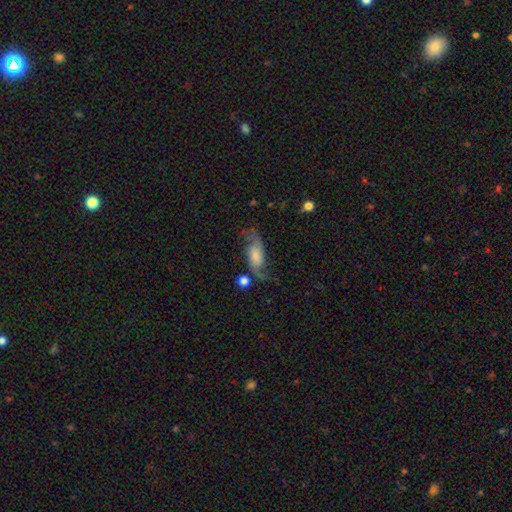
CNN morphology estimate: Smooth or featured? featured or disk (68%)
Edge-on disk? no (91%)
Bar? no (57%)
Spiral arms? yes (93%)
Spiral winding? loose (73%)
Spiral arm count? 2 (91%)
Bulge size? small (27%, tied with moderate)
Merging? none (58%)